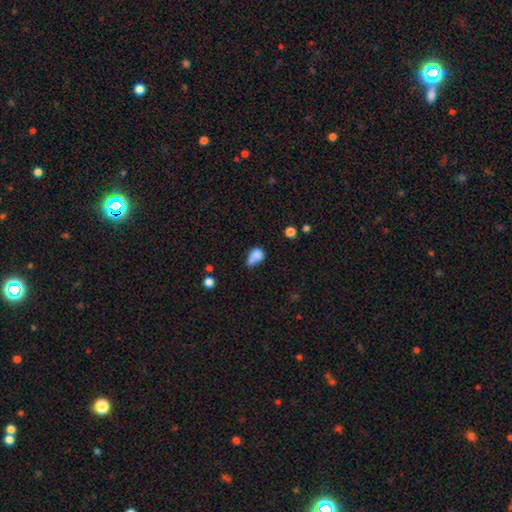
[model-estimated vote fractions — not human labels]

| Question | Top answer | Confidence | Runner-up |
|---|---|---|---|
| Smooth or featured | smooth | 78% | featured or disk (12%) |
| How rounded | in between | 67% | round (31%) |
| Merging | merger | 32% | none (26%) |